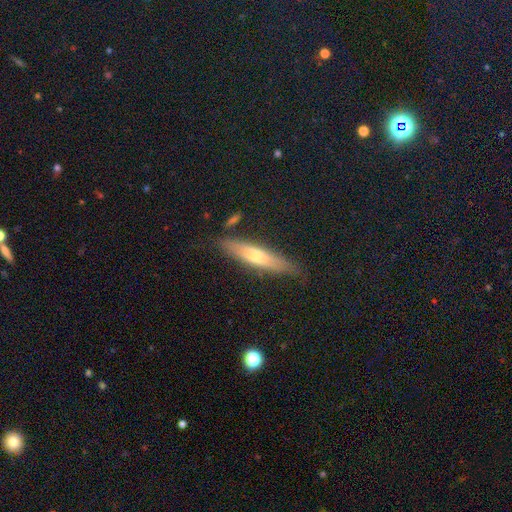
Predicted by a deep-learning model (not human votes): Smooth or featured? Predicted: smooth (p=0.48). Merging? Predicted: none (p=0.81).